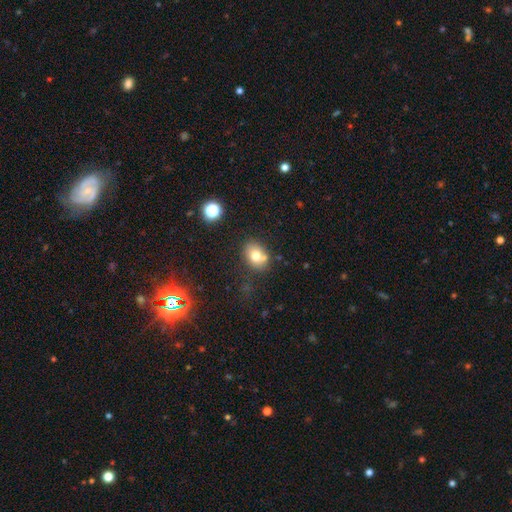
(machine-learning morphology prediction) Smooth or featured: smooth — 74% (featured or disk — 14%)
How rounded: in between — 55% (round — 44%)
Merging: none — 68% (minor disturbance — 14%)